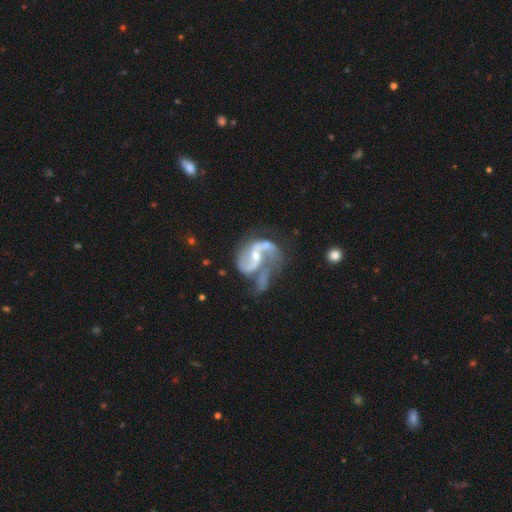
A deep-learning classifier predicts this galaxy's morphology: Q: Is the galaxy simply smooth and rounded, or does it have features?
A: featured or disk — 90%.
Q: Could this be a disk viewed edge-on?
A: no — 98%.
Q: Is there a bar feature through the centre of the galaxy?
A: weak — 44%.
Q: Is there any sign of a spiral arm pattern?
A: yes — 96%.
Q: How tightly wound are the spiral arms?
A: loose — 50%.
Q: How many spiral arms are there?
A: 2 — 88%.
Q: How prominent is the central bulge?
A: small — 51%.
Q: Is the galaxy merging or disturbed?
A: none — 37%.